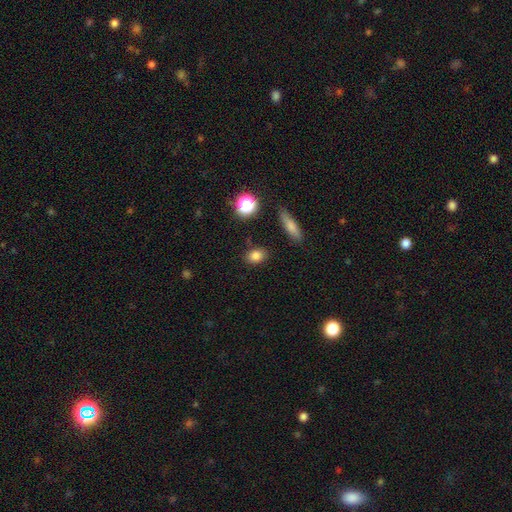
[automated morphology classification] This appears to be a smooth galaxy with no disk features (81%) that is in between round and cigar-shaped (61%). Merging: none (85%).